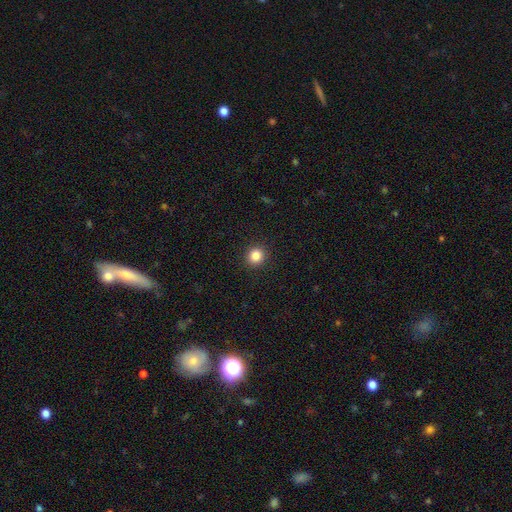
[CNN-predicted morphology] The model was most divided on "smooth or featured": smooth: 85%, star or artifact: 11%, featured or disk: 4%. More confident: merging — none (93%); how rounded — round (91%).